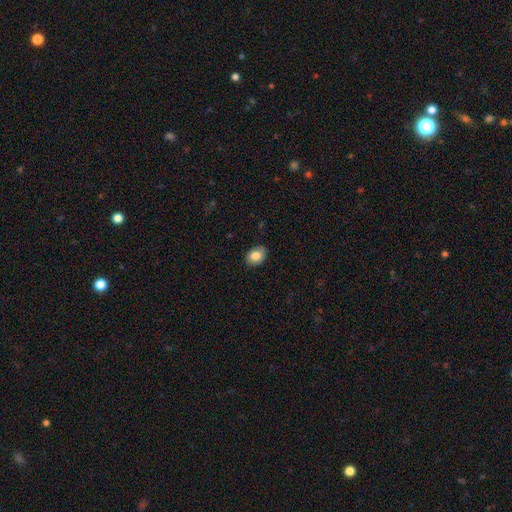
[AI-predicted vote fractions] Overall: smooth (82%). How rounded: in between (78%). Merging: none (86%).